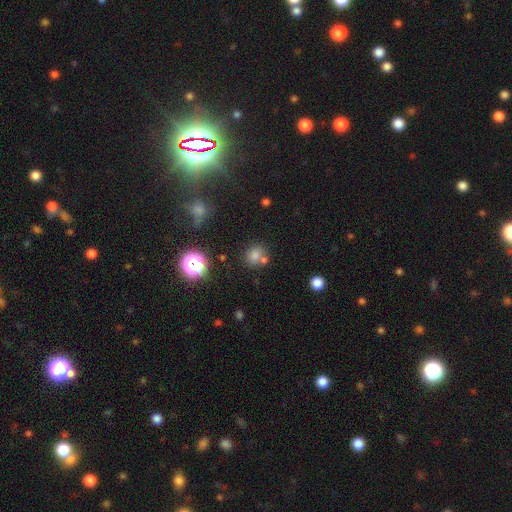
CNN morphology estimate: This appears to be a smooth galaxy with no disk features (71%) that is round (76%). Merging: none (59%).